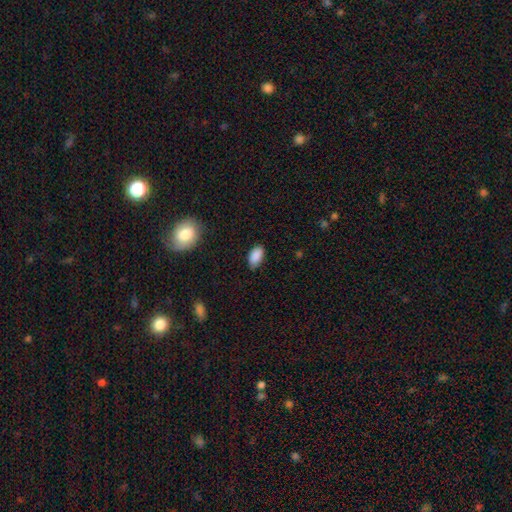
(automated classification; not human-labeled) A smooth galaxy with no disk features (89%) that is in between round and cigar-shaped (94%). Merging: none (80%).